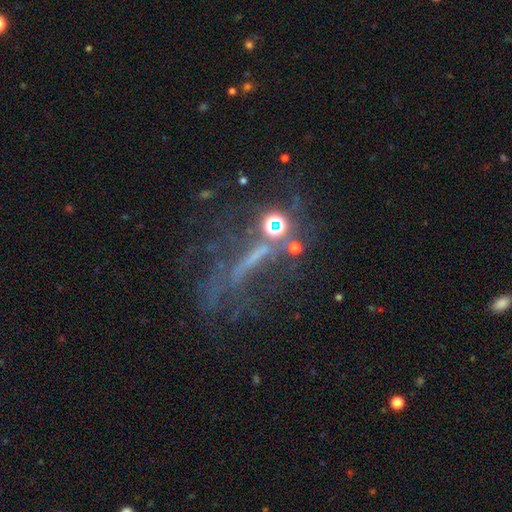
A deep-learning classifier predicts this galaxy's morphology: featured or disk 44%, star or artifact 38%, smooth 18%. Down the decision tree: merging — none (44%).